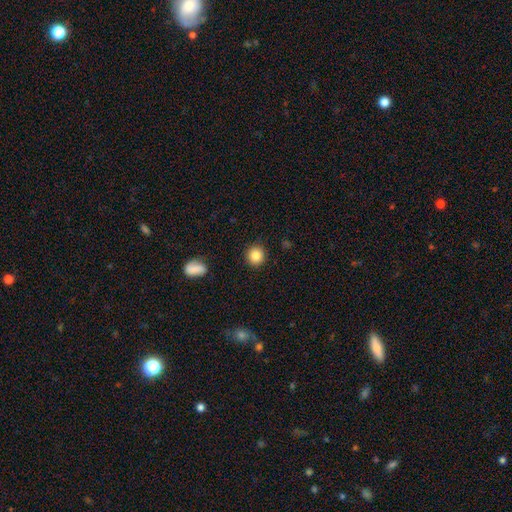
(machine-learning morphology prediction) The model was most divided on "smooth or featured": smooth: 85%, star or artifact: 9%, featured or disk: 5%. More confident: how rounded — round (91%); merging — none (91%).